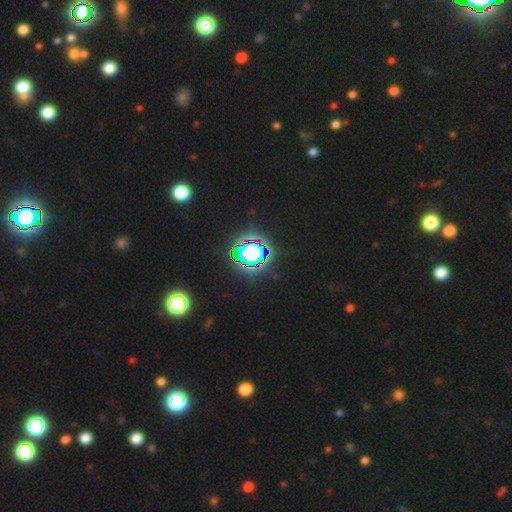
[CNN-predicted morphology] smooth-or-featured: star or artifact: 79% | smooth: 13% | featured or disk: 8%